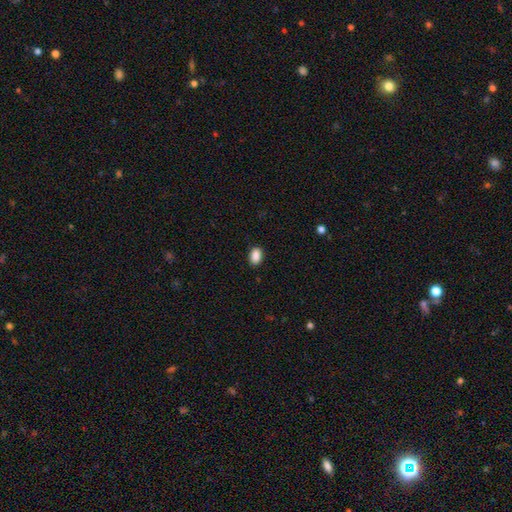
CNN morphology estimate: smooth_or_featured: smooth (p=0.89) [alt: star or artifact p=0.08]
how_rounded: in between (p=0.87) [alt: round p=0.12]
merging: none (p=0.88) [alt: minor disturbance p=0.09]